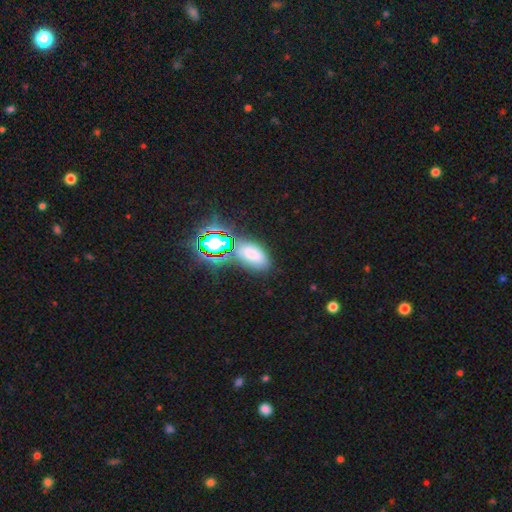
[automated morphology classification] Overall: smooth (62%; star or artifact 28%). How rounded: in between (89%). Merging: none (68%).